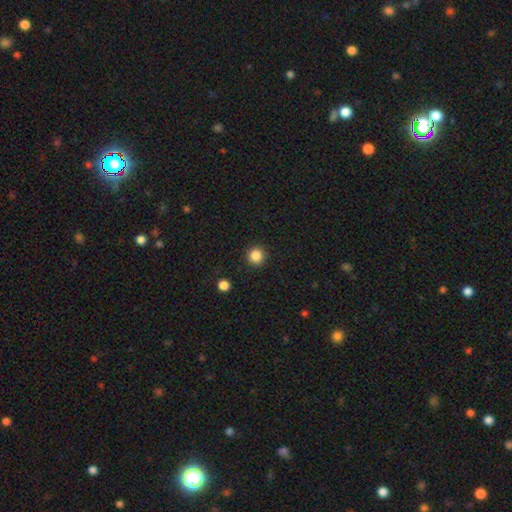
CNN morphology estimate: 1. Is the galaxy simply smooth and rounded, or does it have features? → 86% smooth, 10% star or artifact, 4% featured or disk.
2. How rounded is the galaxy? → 95% round, 4% in between, 1% cigar-shaped.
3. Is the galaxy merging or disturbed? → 92% none, 5% minor disturbance, 2% major disturbance, 1% merger.